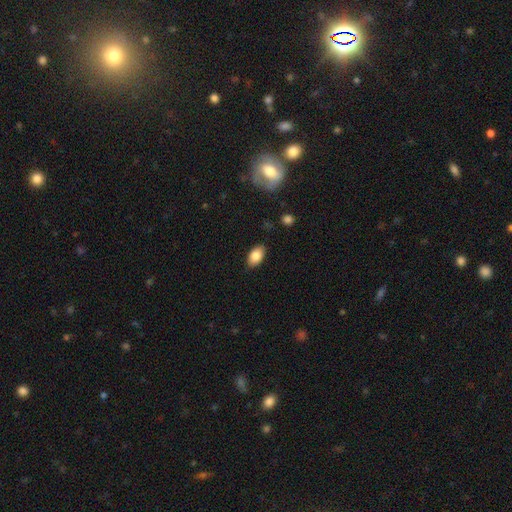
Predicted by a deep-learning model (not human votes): A smooth galaxy with no disk features (84%) that is in between round and cigar-shaped (92%).

Vote fractions:
- Smooth or featured? smooth: 84% / featured or disk: 8% / star or artifact: 7%
- How rounded? in between: 92% / round: 6% / cigar-shaped: 2%
- Merging? none: 86% / minor disturbance: 11% / major disturbance: 2% / merger: 1%